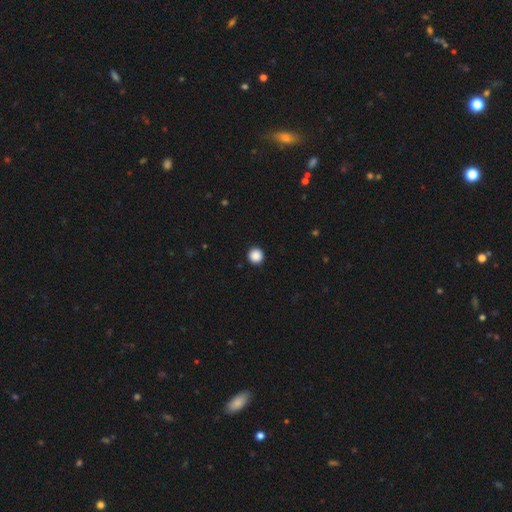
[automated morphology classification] This is clearly a smooth galaxy (88%). How rounded: clearly round (96%). Merging: clearly none (94%).